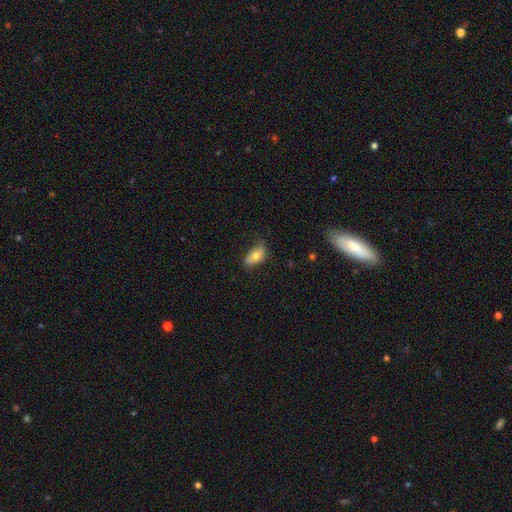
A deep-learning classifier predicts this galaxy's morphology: Q: Smooth or featured?
A: smooth (70%); runner-up: featured or disk (23%)
Q: How rounded?
A: in between (90%); runner-up: round (5%)
Q: Merging?
A: none (69%); runner-up: minor disturbance (25%)